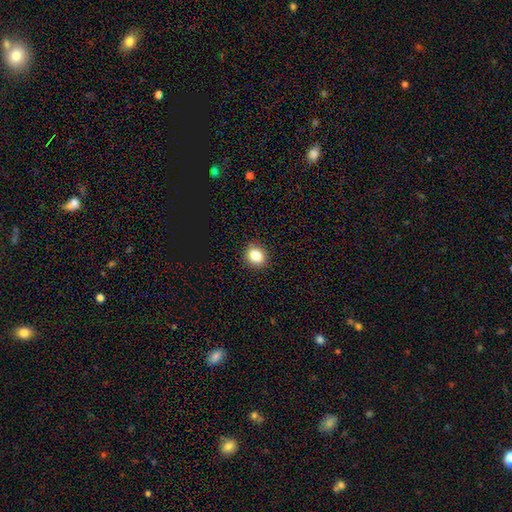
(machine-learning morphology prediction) smooth_or_featured: smooth (p=0.85) [alt: star or artifact p=0.10]
how_rounded: round (p=0.66) [alt: in between p=0.33]
merging: none (p=0.90) [alt: minor disturbance p=0.07]